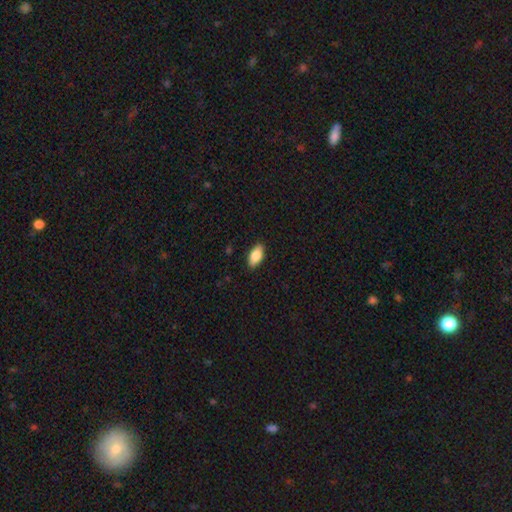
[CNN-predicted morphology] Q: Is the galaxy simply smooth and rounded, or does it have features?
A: smooth — 80%.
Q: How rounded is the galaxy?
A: in between — 88%.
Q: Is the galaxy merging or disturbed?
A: none — 88%.